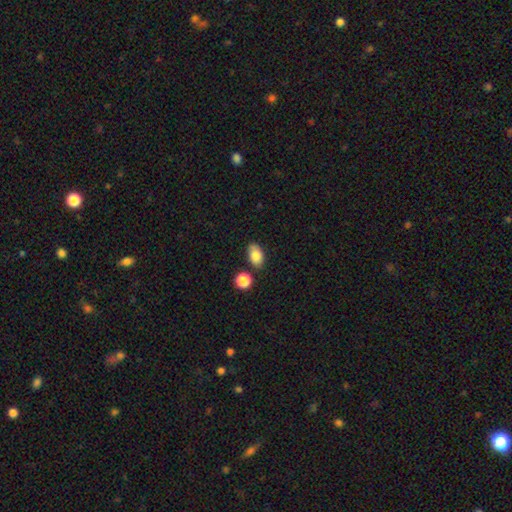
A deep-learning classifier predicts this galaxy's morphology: Overall: smooth (83%). How rounded: in between (88%). Merging: none (77%).